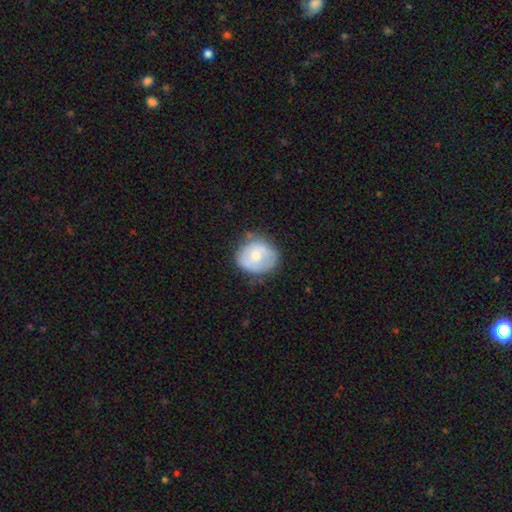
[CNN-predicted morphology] Overall: smooth (60%; featured or disk 34%). How rounded: round (78%). Merging: none (64%; minor disturbance 25%).